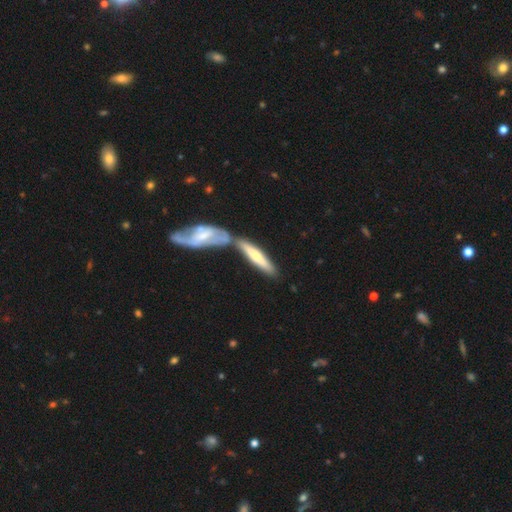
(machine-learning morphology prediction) A featured or disk galaxy (49%). Merging: none (52%).